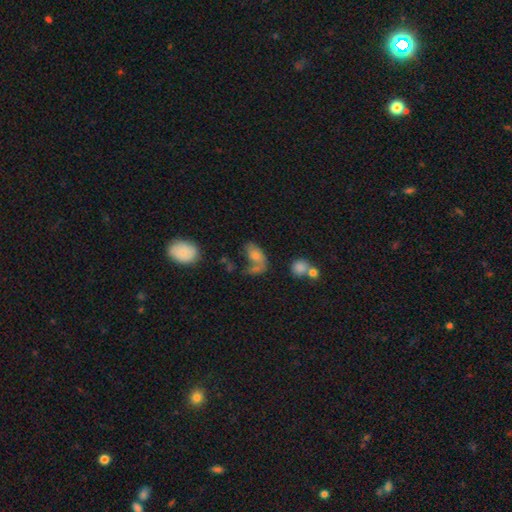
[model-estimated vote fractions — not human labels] Smooth or featured? smooth (59%)
How rounded? in between (85%)
Merging? major disturbance (30%)